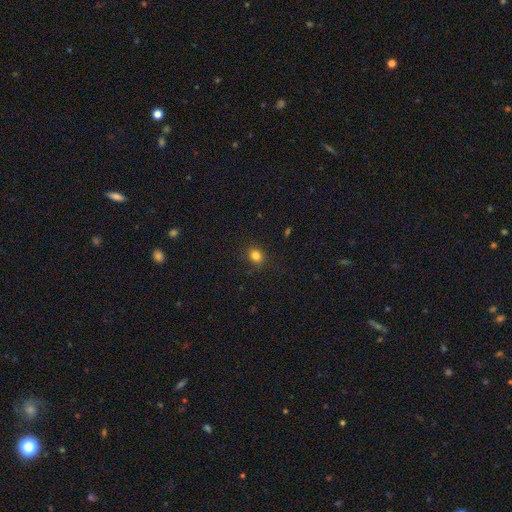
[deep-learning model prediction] The model was most divided on "how rounded": round: 70%, in between: 29%, cigar-shaped: 1%. More confident: merging — none (85%); smooth or featured — smooth (82%).